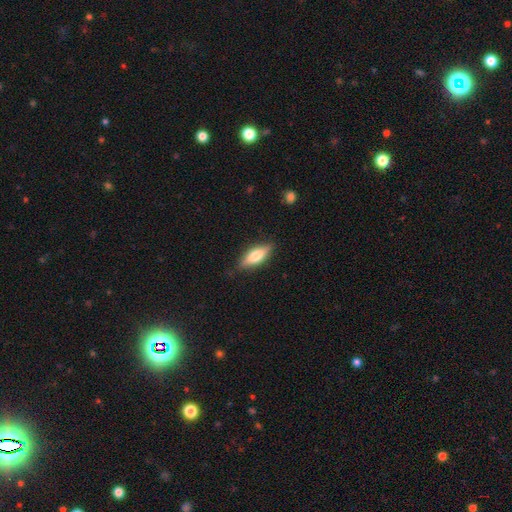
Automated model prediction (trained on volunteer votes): smooth 64%, featured or disk 30%, star or artifact 6%. Down the decision tree: how rounded — in between (62%); merging — none (82%).